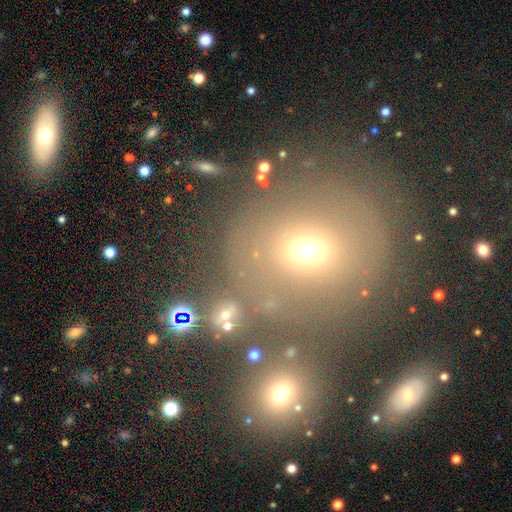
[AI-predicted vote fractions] Smooth or featured: smooth — 52% (star or artifact — 30%)
How rounded: round — 75% (in between — 23%)
Merging: none — 69% (minor disturbance — 12%)